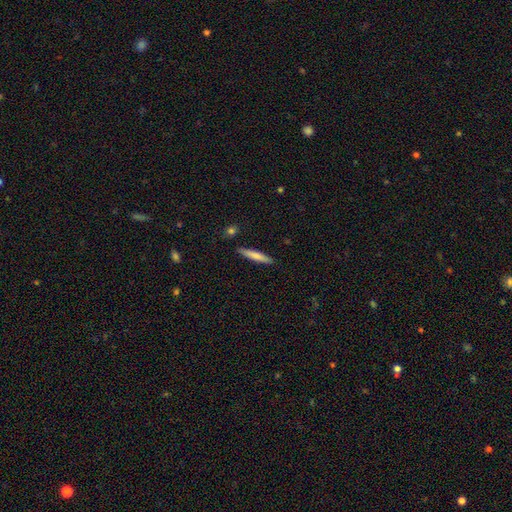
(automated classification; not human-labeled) Q: Smooth or featured?
A: smooth (74%); runner-up: featured or disk (20%)
Q: How rounded?
A: cigar-shaped (92%); runner-up: in between (6%)
Q: Merging?
A: none (89%); runner-up: minor disturbance (8%)